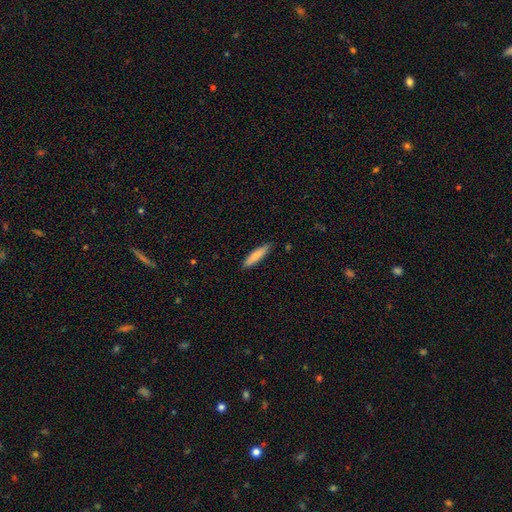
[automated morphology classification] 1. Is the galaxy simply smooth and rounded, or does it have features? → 79% smooth, 15% featured or disk, 5% star or artifact.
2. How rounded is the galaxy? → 81% cigar-shaped, 18% in between, 1% round.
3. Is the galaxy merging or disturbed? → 88% none, 9% minor disturbance, 2% major disturbance, 1% merger.